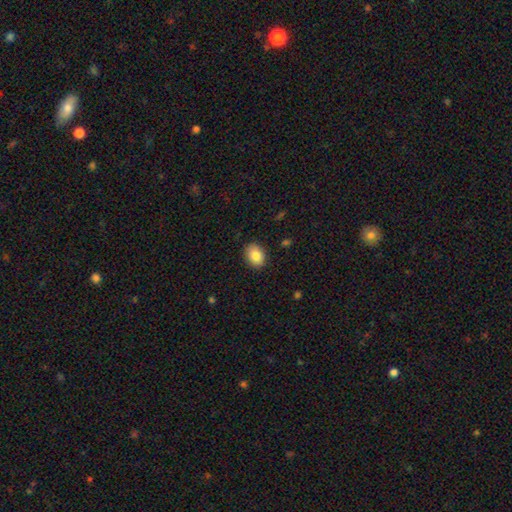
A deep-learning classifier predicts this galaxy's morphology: Smooth or featured: smooth — 85% (star or artifact — 8%)
How rounded: in between — 70% (round — 29%)
Merging: none — 89% (minor disturbance — 8%)